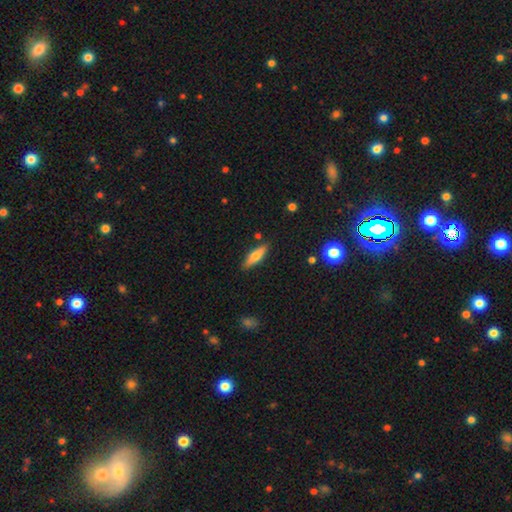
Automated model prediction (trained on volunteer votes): Q: Smooth or featured?
A: smooth (61%); runner-up: featured or disk (32%)
Q: How rounded?
A: cigar-shaped (59%); runner-up: in between (39%)
Q: Merging?
A: none (85%); runner-up: minor disturbance (11%)